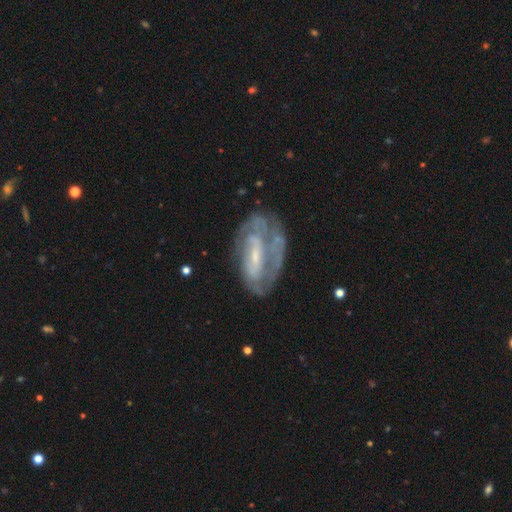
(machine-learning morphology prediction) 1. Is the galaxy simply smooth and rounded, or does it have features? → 72% featured or disk, 20% smooth, 7% star or artifact.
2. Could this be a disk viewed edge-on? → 93% no, 7% yes.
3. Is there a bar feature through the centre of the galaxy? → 39% weak, 32% no, 29% strong.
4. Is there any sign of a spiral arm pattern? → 64% yes, 36% no.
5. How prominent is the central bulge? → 57% small, 27% moderate, 13% none, 3% large, 1% dominant.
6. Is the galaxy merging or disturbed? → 55% none, 24% minor disturbance, 18% major disturbance, 4% merger.